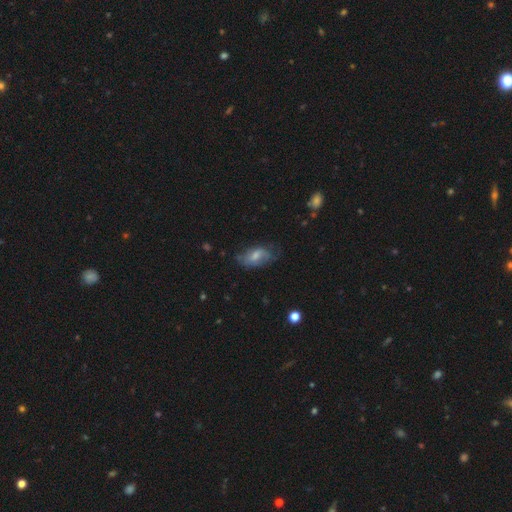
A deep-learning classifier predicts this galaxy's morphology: smooth-or-featured: smooth: 56% | featured or disk: 36% | star or artifact: 8%
  how-rounded: in between: 90% | round: 6% | cigar-shaped: 5%
  merging: none: 53% | minor disturbance: 31% | major disturbance: 14% | merger: 2%